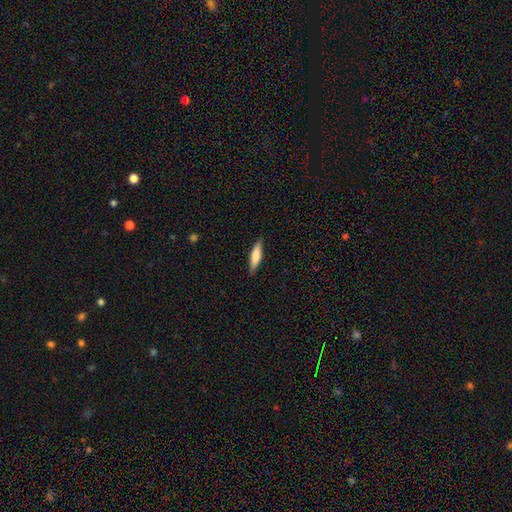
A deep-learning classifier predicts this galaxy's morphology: smooth 73%, featured or disk 22%, star or artifact 6%. Down the decision tree: how rounded — cigar-shaped (73%); merging — none (85%).